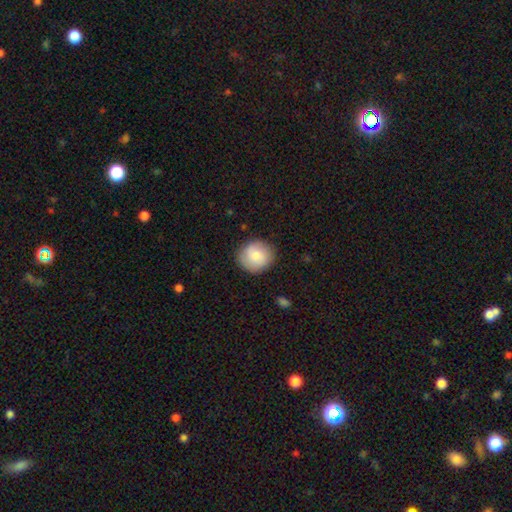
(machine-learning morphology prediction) smooth-or-featured: smooth: 80% | featured or disk: 14% | star or artifact: 7%
  how-rounded: round: 89% | in between: 10% | cigar-shaped: 1%
  merging: none: 86% | minor disturbance: 10% | major disturbance: 3% | merger: 1%